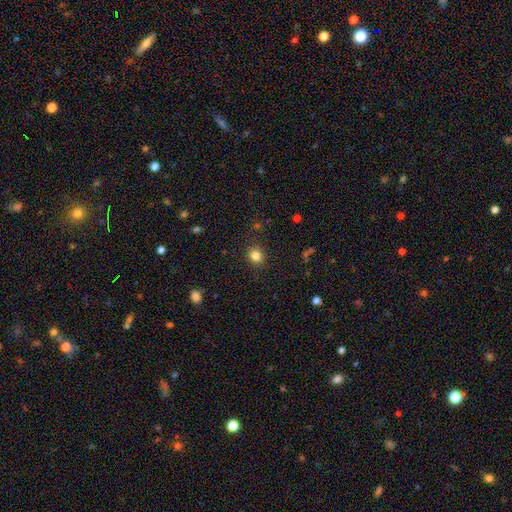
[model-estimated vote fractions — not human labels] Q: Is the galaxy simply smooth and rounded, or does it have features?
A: smooth — 82%.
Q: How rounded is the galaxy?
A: round — 77%.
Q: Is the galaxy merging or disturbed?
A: none — 89%.